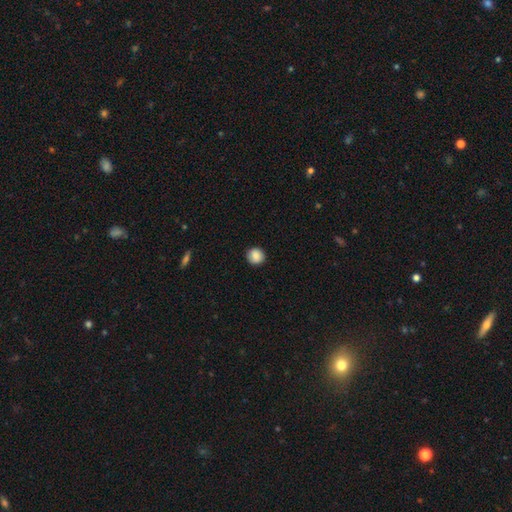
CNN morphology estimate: Overall: smooth (87%). How rounded: round (92%). Merging: none (91%).